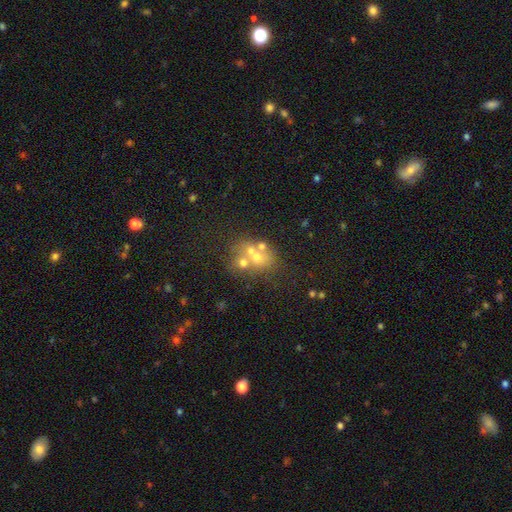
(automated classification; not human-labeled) This is possibly a smooth galaxy (46%). Merging: possibly merger (48%).